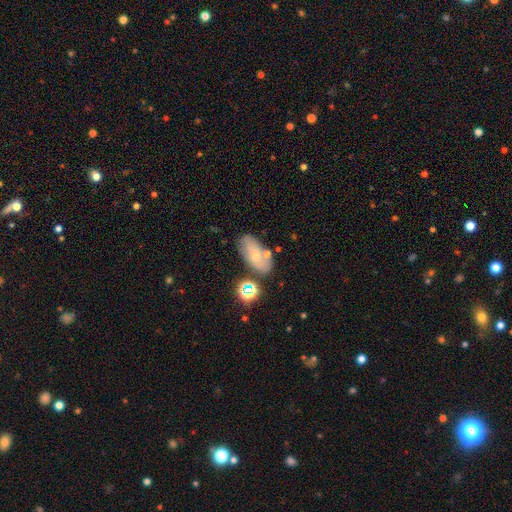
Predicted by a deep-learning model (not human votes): This appears to be a smooth galaxy with no disk features (54%) that is in between round and cigar-shaped (87%). Merging: none (62%).